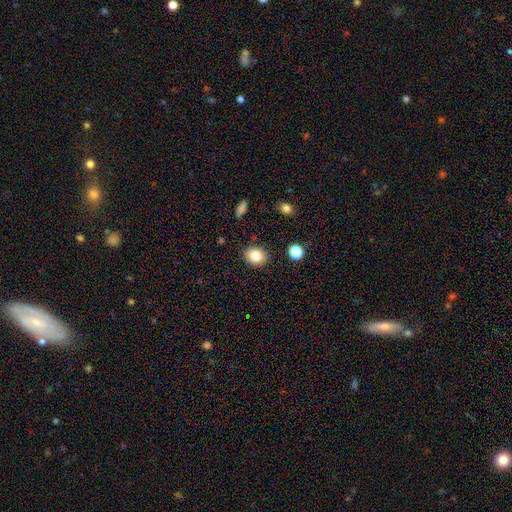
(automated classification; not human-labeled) A smooth galaxy with no disk features (82%) that is round (61%). Merging: none (87%).